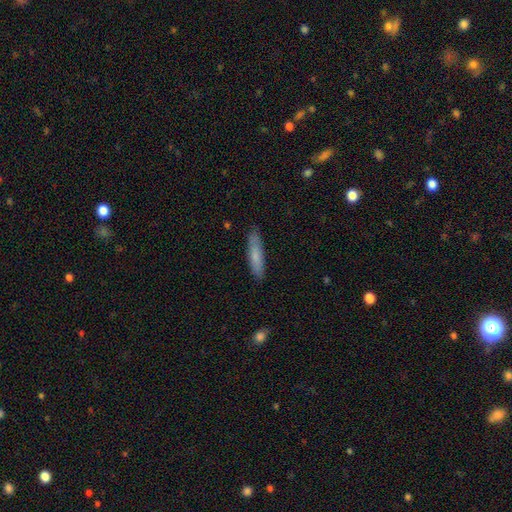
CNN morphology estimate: Smooth or featured?
  - smooth: 76% *
  - featured or disk: 19%
  - star or artifact: 6%
How rounded?
  - cigar-shaped: 80% *
  - in between: 18%
  - round: 1%
Merging?
  - none: 86% *
  - minor disturbance: 11%
  - major disturbance: 2%
  - merger: 1%